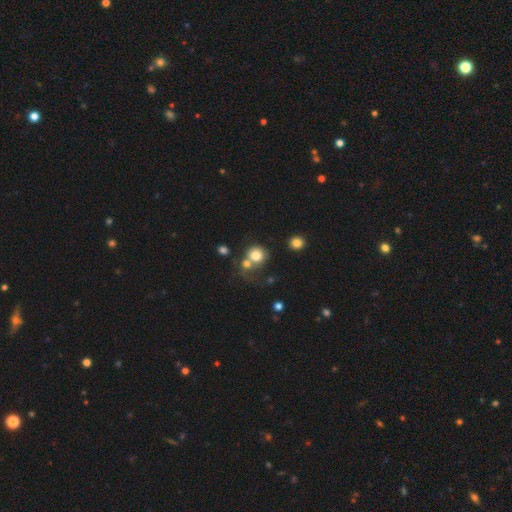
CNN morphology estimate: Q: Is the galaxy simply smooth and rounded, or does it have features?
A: smooth — 77%.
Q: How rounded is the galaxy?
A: round — 84%.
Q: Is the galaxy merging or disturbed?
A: none — 43%.